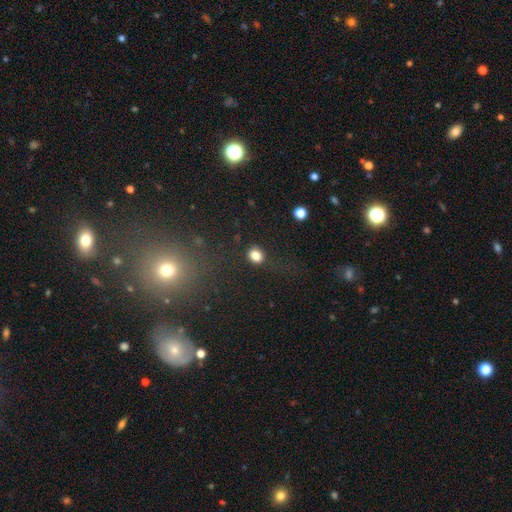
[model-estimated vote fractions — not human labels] A smooth galaxy with no disk features (82%) that is round (54%).

Vote fractions:
- Smooth or featured? smooth: 82% / star or artifact: 11% / featured or disk: 7%
- How rounded? round: 54% / in between: 44% / cigar-shaped: 1%
- Merging? none: 78% / minor disturbance: 13% / major disturbance: 6% / merger: 2%